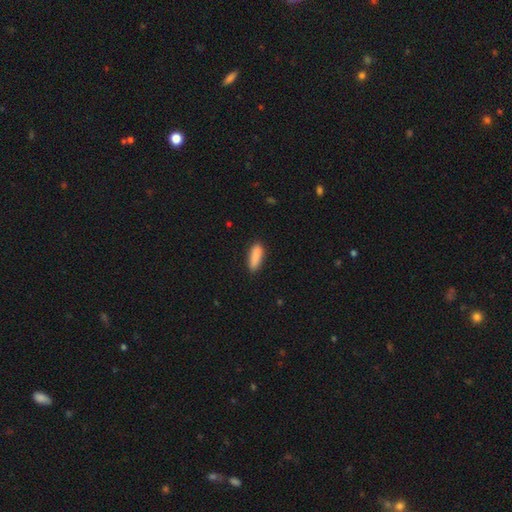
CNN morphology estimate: The model was most divided on "how rounded": in between: 51%, cigar-shaped: 47%, round: 2%. More confident: smooth or featured — smooth (88%); merging — none (86%).